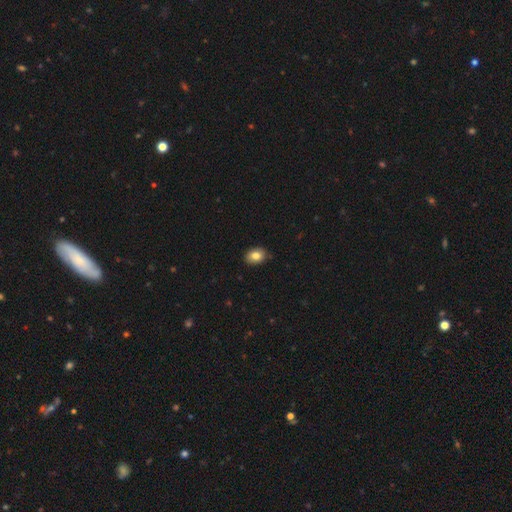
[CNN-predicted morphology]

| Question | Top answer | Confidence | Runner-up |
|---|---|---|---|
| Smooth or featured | smooth | 84% | star or artifact (8%) |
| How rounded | in between | 74% | round (24%) |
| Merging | none | 85% | minor disturbance (12%) |